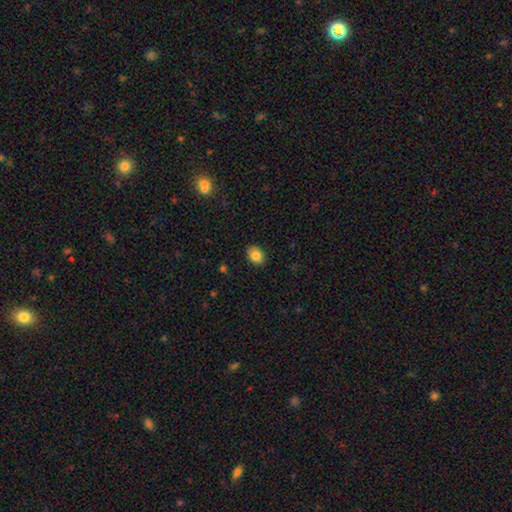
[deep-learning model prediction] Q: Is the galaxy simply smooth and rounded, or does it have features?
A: smooth — 83%.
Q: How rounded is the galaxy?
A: in between — 66%.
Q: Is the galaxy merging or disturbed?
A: none — 88%.